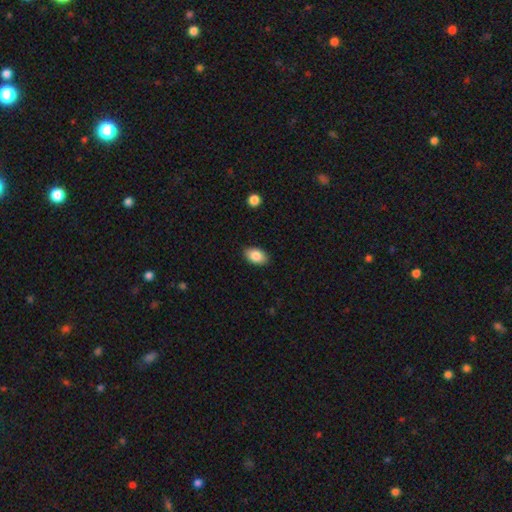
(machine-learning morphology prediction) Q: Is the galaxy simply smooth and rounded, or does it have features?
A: smooth — 86%.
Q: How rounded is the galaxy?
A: in between — 90%.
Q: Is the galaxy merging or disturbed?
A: none — 88%.